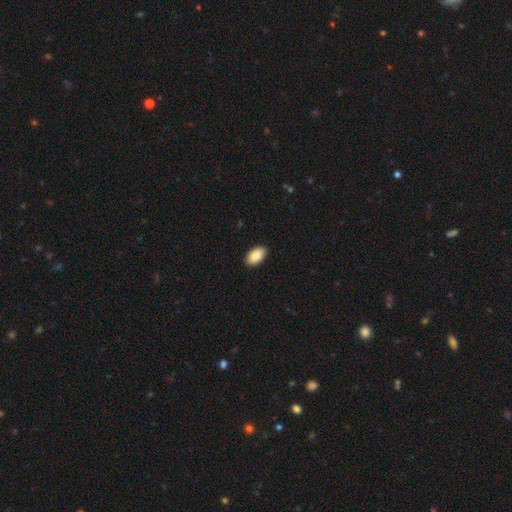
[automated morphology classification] smooth-or-featured: smooth: 90% | star or artifact: 6% | featured or disk: 4%
  how-rounded: in between: 95% | round: 3% | cigar-shaped: 2%
  merging: none: 91% | minor disturbance: 7% | major disturbance: 2% | merger: 1%